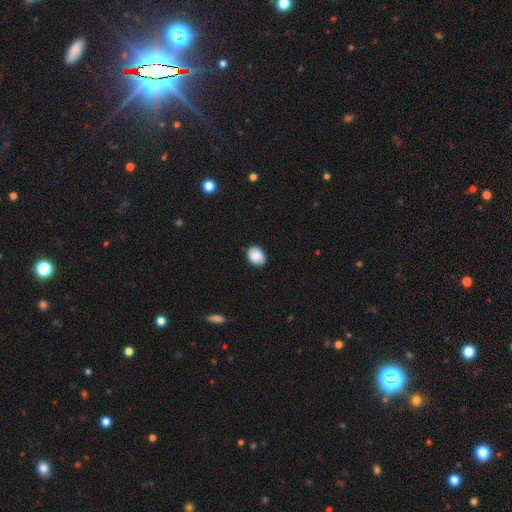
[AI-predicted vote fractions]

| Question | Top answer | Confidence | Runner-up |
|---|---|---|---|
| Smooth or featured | smooth | 82% | featured or disk (10%) |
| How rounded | in between | 60% | round (40%) |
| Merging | none | 81% | minor disturbance (15%) |